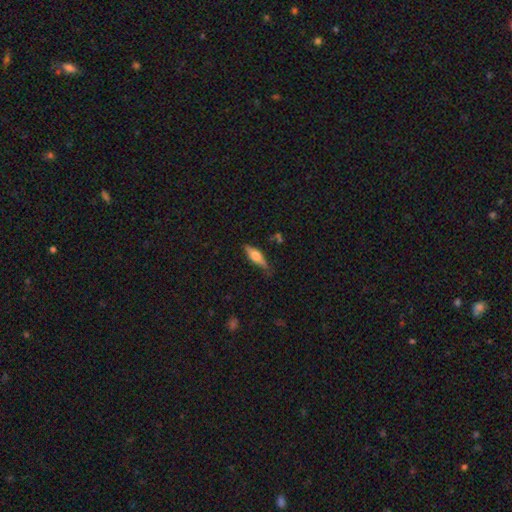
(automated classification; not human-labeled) smooth 48%, featured or disk 46%, star or artifact 6%. Down the decision tree: merging — none (75%).